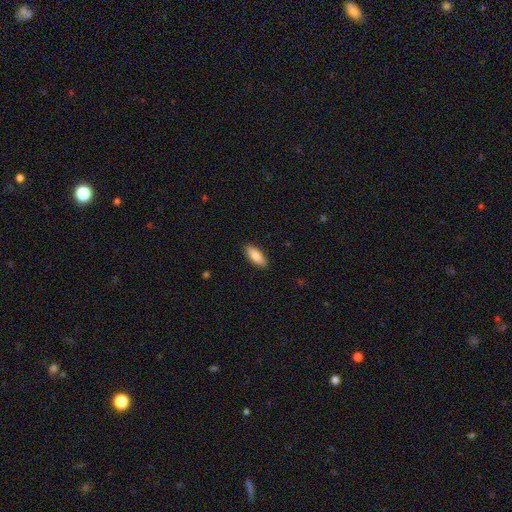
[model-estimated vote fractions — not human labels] This is clearly a smooth galaxy (84%). How rounded: likely in between (76%). Merging: clearly none (89%).